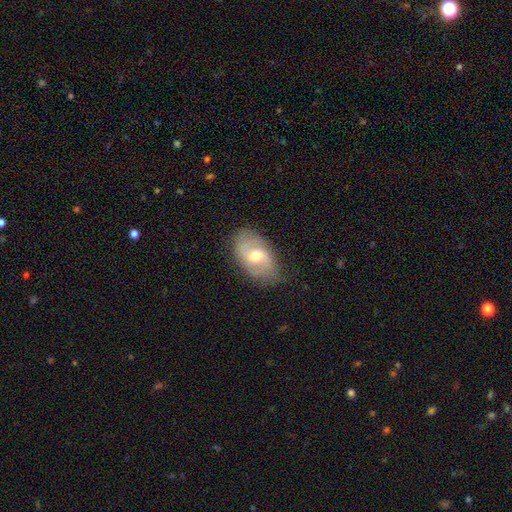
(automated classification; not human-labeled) A featured or disk galaxy (66%) with a weak bar (53%), 2 (71%) medium (44%) spiral arms (83%) and a moderate central bulge (70%).

Vote fractions:
- Smooth or featured? featured or disk: 66% / smooth: 27% / star or artifact: 7%
- Edge-on disk? no: 95% / yes: 5%
- Bar? weak: 53% / no: 35% / strong: 12%
- Spiral arms? yes: 83% / no: 17%
- Spiral winding? medium: 44% / tight: 29% / loose: 27%
- Spiral arm count? 2: 71% / can't tell: 18% / 3: 4% / 1: 3% / 4: 2% / more than 4: 1%
- Bulge size? moderate: 70% / small: 21% / large: 6% / none: 1% / dominant: 1%
- Merging? none: 75% / minor disturbance: 18% / major disturbance: 5% / merger: 1%